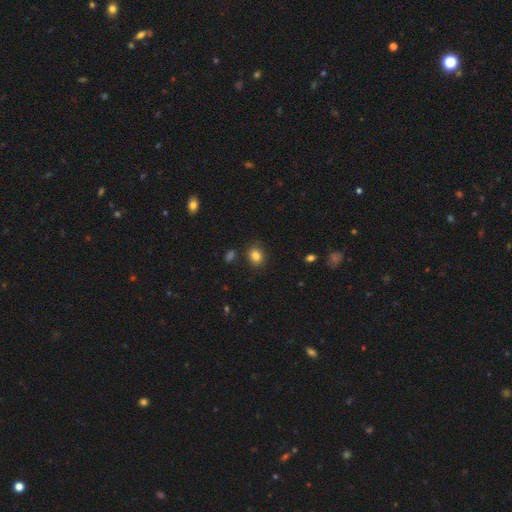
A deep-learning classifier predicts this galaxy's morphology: smooth_or_featured: smooth (p=0.84) [alt: star or artifact p=0.11]
how_rounded: round (p=0.53) [alt: in between p=0.46]
merging: none (p=0.84) [alt: minor disturbance p=0.10]